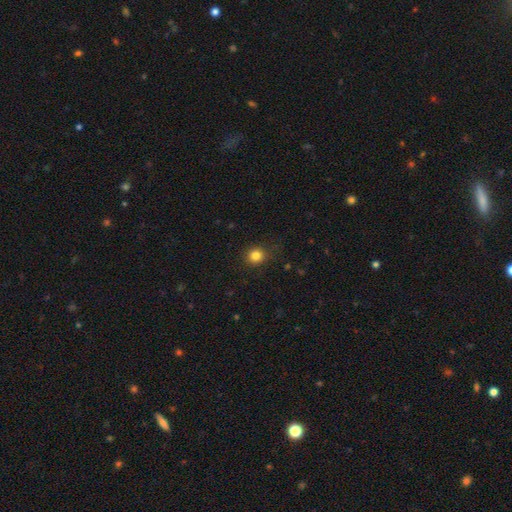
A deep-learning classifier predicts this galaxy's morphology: This appears to be a smooth galaxy with no disk features (83%) that is round (88%). Merging: none (86%).